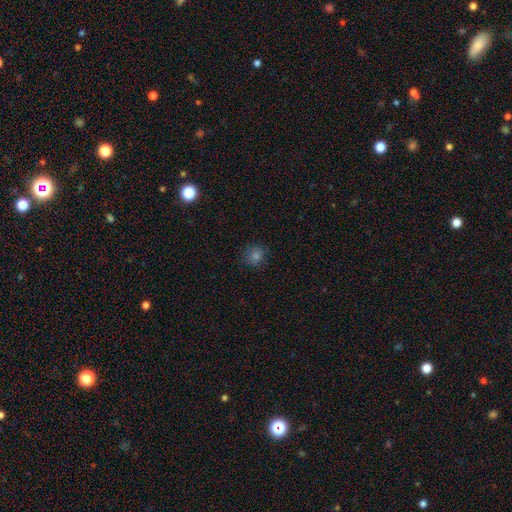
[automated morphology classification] A smooth galaxy with no disk features (69%) that is round (81%).

Vote fractions:
- Smooth or featured? smooth: 69% / star or artifact: 22% / featured or disk: 9%
- How rounded? round: 81% / in between: 18% / cigar-shaped: 1%
- Merging? none: 84% / minor disturbance: 12% / major disturbance: 3% / merger: 1%